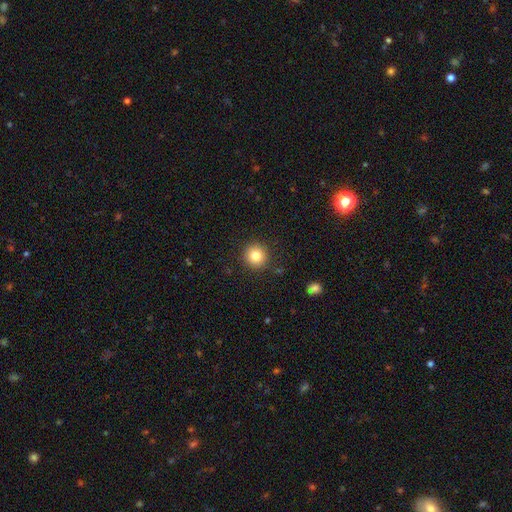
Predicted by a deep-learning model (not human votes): smooth_or_featured: smooth (p=0.83) [alt: star or artifact p=0.11]
how_rounded: round (p=0.93) [alt: in between p=0.06]
merging: none (p=0.90) [alt: minor disturbance p=0.07]